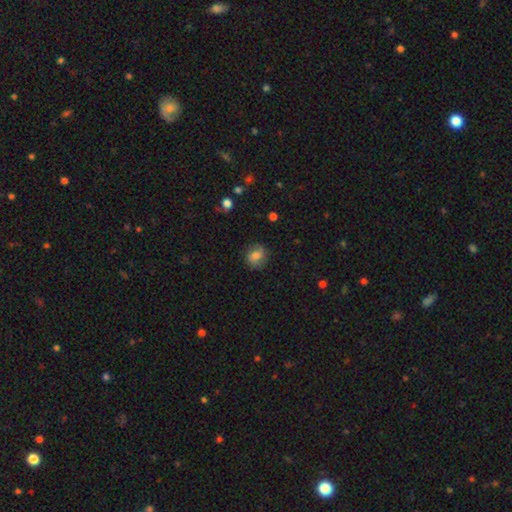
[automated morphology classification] A smooth galaxy with no disk features (73%) that is round (69%). Merging: none (78%).